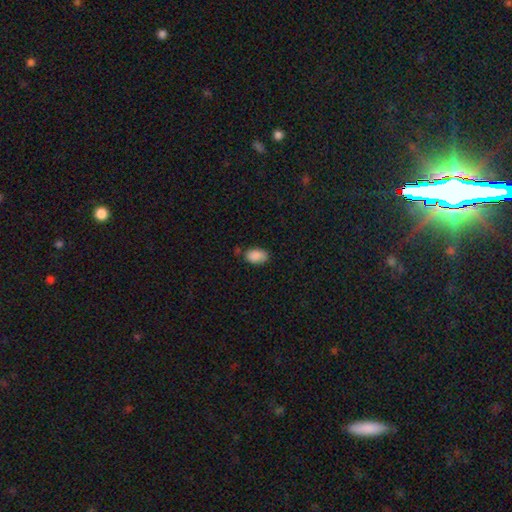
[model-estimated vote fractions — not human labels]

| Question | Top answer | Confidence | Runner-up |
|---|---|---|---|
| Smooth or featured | smooth | 89% | star or artifact (8%) |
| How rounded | in between | 90% | round (8%) |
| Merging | none | 72% | minor disturbance (19%) |